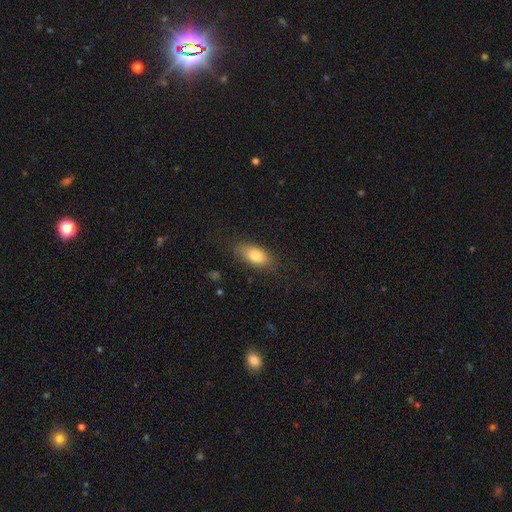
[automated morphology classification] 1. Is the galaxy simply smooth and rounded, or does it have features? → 79% smooth, 13% featured or disk, 7% star or artifact.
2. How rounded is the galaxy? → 88% in between, 7% cigar-shaped, 5% round.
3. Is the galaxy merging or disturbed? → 80% none, 14% minor disturbance, 4% major disturbance, 1% merger.